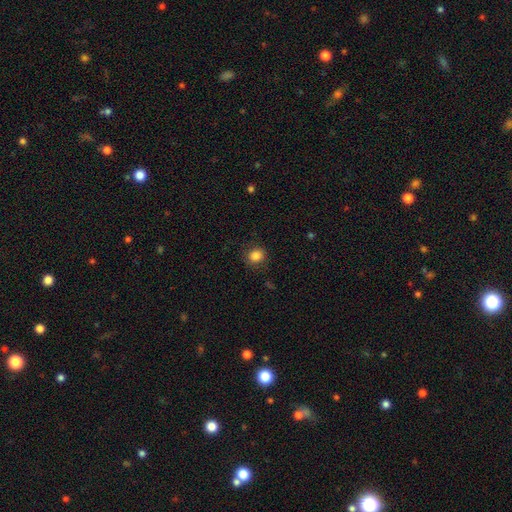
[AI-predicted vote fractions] smooth 84%, star or artifact 11%, featured or disk 5%. Down the decision tree: how rounded — round (80%); merging — none (86%).